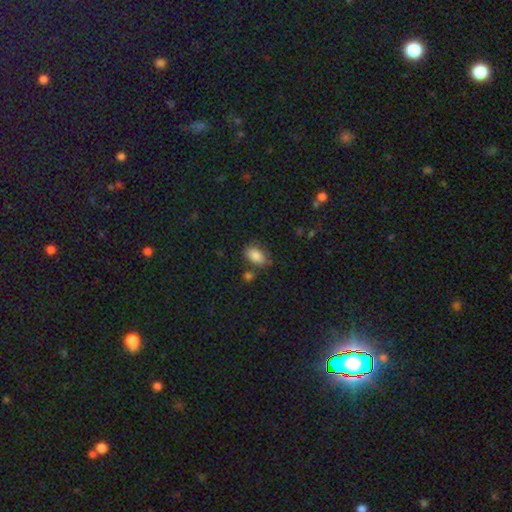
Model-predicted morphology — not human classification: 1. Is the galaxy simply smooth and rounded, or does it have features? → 85% smooth, 9% star or artifact, 6% featured or disk.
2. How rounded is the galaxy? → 89% in between, 9% round, 2% cigar-shaped.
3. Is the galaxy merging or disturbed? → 65% none, 21% minor disturbance, 9% merger, 6% major disturbance.